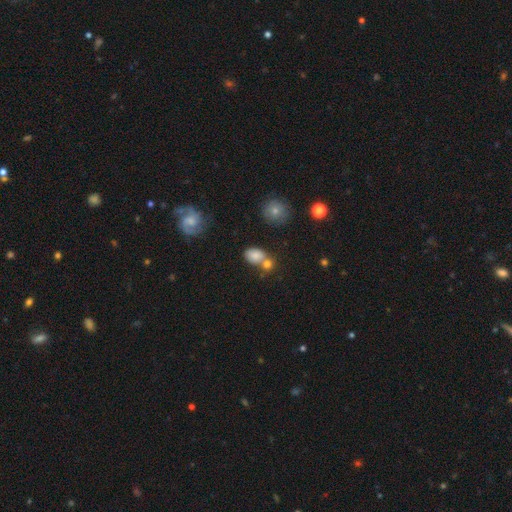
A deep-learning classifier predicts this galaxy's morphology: Smooth or featured: smooth — 78% (star or artifact — 11%)
How rounded: in between — 70% (round — 28%)
Merging: none — 45% (merger — 37%)